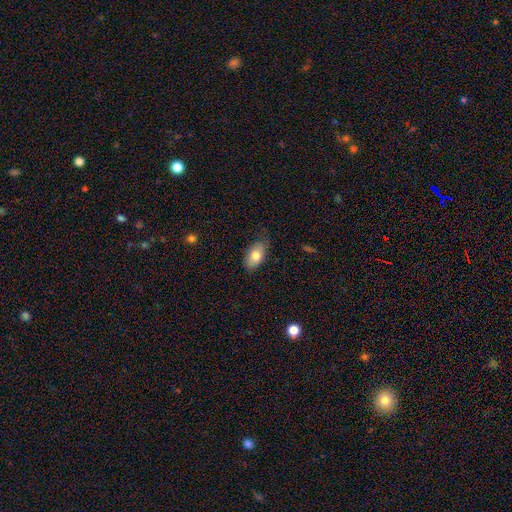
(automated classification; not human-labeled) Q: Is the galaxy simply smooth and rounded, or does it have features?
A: smooth — 78%.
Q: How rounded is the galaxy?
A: in between — 92%.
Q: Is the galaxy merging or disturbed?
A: none — 74%.